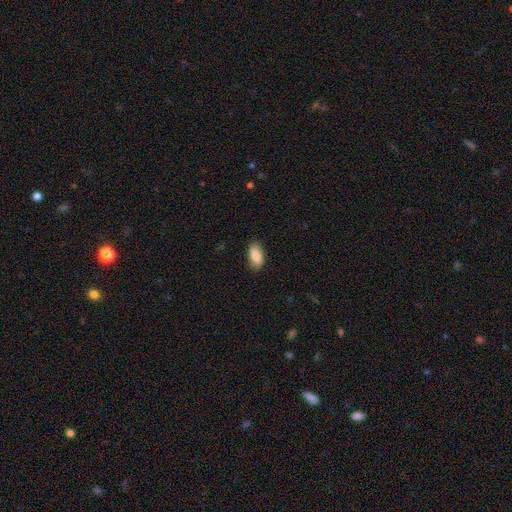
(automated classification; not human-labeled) This appears to be a smooth galaxy with no disk features (88%) that is in between round and cigar-shaped (92%). Merging: none (87%).